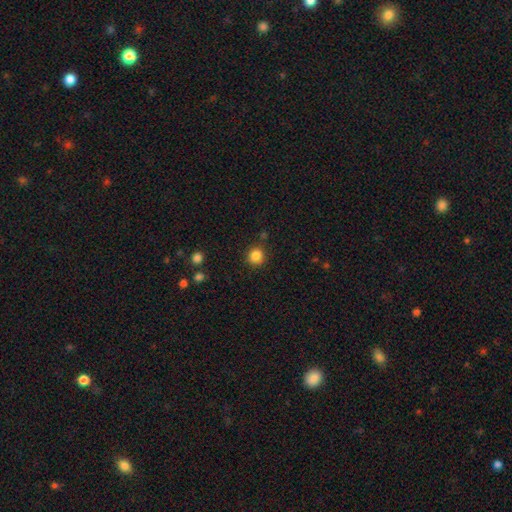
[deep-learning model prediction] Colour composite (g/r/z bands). It shows a smooth galaxy with no disk features (85%) that is round (90%). Merging: none (85%).